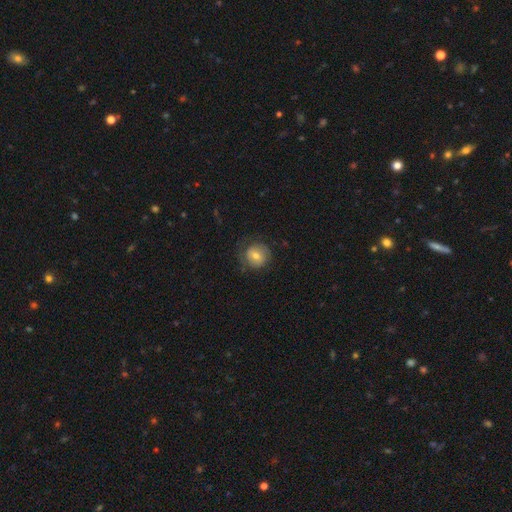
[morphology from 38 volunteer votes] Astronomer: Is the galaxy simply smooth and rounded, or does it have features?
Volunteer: smooth — 68%.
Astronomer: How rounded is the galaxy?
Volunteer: round — 92%.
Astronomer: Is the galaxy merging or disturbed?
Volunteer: none — 60%.